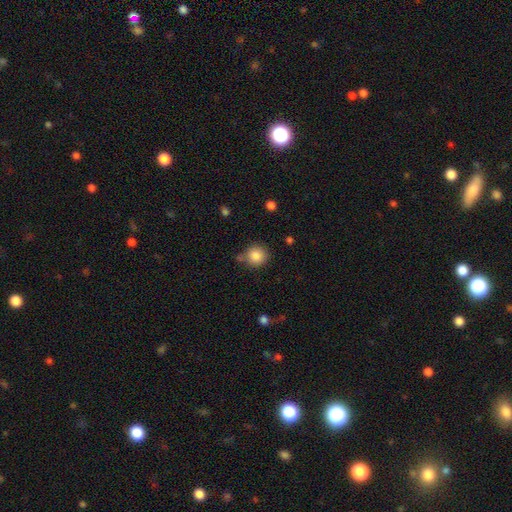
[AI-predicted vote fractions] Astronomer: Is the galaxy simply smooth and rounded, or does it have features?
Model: smooth — 86%.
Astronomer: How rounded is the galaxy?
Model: round — 90%.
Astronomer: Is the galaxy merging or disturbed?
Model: none — 74%.